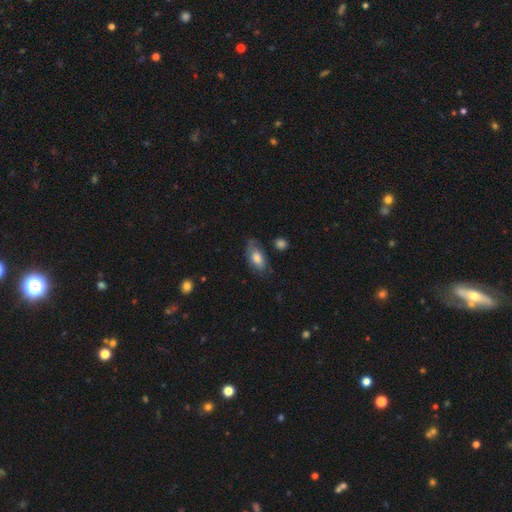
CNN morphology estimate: A smooth galaxy with no disk features (57%) that is in between round and cigar-shaped (89%).

Vote fractions:
- Smooth or featured? smooth: 57% / featured or disk: 34% / star or artifact: 9%
- How rounded? in between: 89% / round: 6% / cigar-shaped: 5%
- Merging? none: 61% / minor disturbance: 26% / major disturbance: 11% / merger: 3%